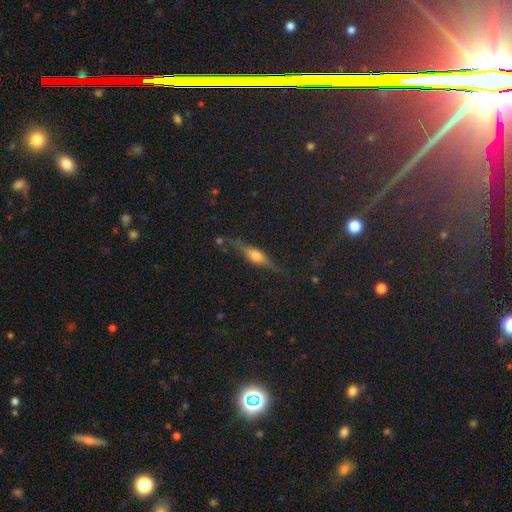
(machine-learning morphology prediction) Smooth or featured?
  - featured or disk: 56% *
  - smooth: 32%
  - star or artifact: 11%
Edge-on disk?
  - yes: 91% *
  - no: 9%
Edge-on bulge?
  - rounded: 87% *
  - boxy: 8%
  - none: 5%
Merging?
  - none: 77% *
  - minor disturbance: 15%
  - major disturbance: 5%
  - merger: 3%